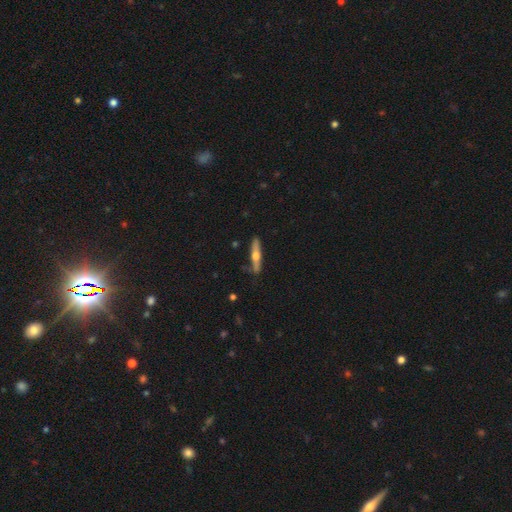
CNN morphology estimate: Smooth or featured: featured or disk — 52% (smooth — 42%)
Edge-on disk: yes — 94% (no — 6%)
Merging: none — 82% (minor disturbance — 13%)